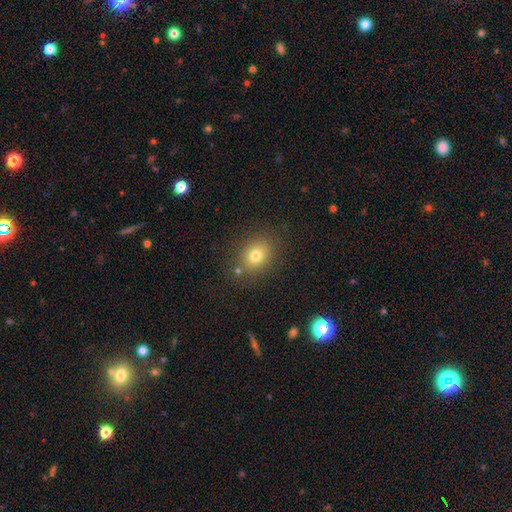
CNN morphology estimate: The model was most divided on "how rounded": round: 57%, in between: 42%, cigar-shaped: 1%. More confident: merging — none (80%); smooth or featured — smooth (76%).